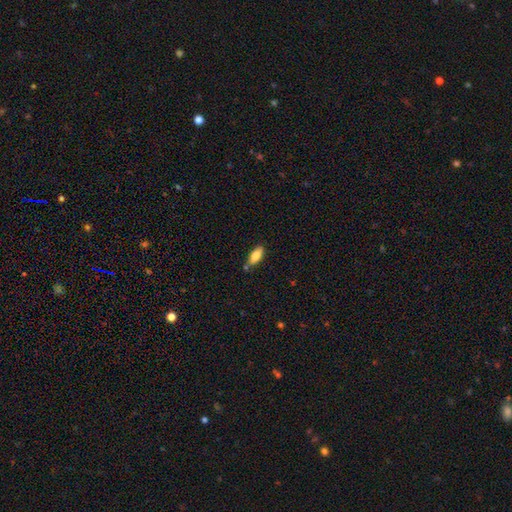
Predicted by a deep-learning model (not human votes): Smooth or featured? smooth (74%)
How rounded? in between (80%)
Merging? none (76%)